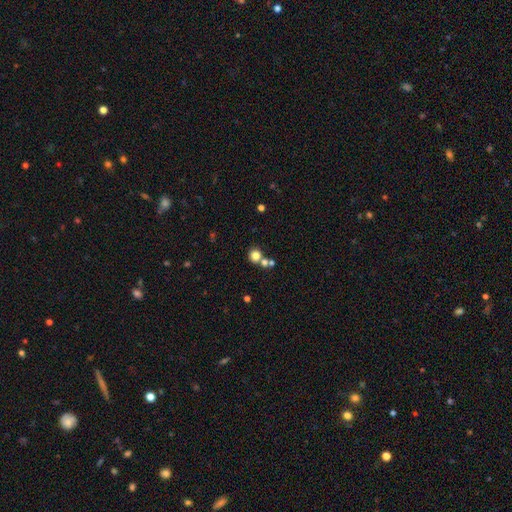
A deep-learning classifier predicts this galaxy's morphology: Smooth or featured?
  - smooth: 78% *
  - star or artifact: 14%
  - featured or disk: 8%
How rounded?
  - round: 86% *
  - in between: 13%
  - cigar-shaped: 1%
Merging?
  - none: 60% *
  - merger: 27%
  - minor disturbance: 8%
  - major disturbance: 4%